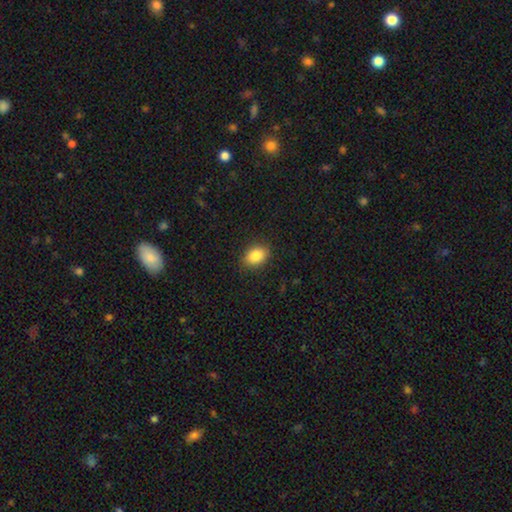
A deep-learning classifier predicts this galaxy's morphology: smooth 86%, star or artifact 9%, featured or disk 5%. Down the decision tree: how rounded — in between (75%); merging — none (88%).